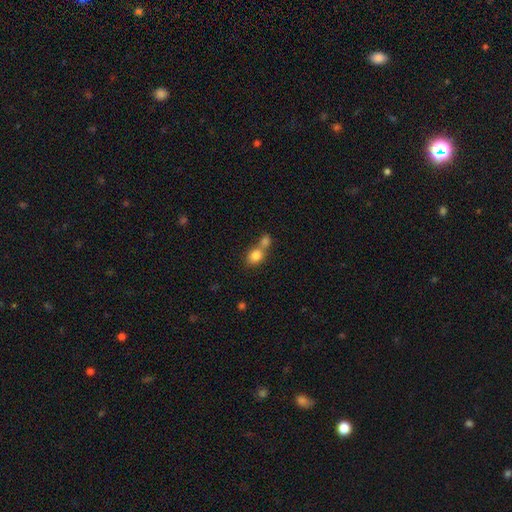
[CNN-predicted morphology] Overall: smooth (83%). How rounded: in between (50%; round 49%). Merging: merger (57%; none 32%).